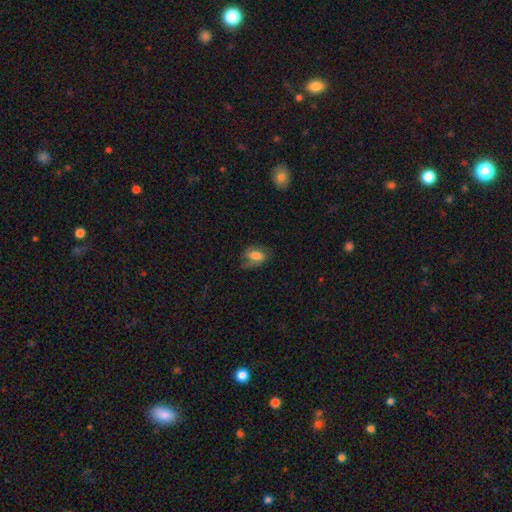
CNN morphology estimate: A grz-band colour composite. It shows a smooth galaxy with no disk features (64%) that is in between round and cigar-shaped (83%). Merging: none (55%).